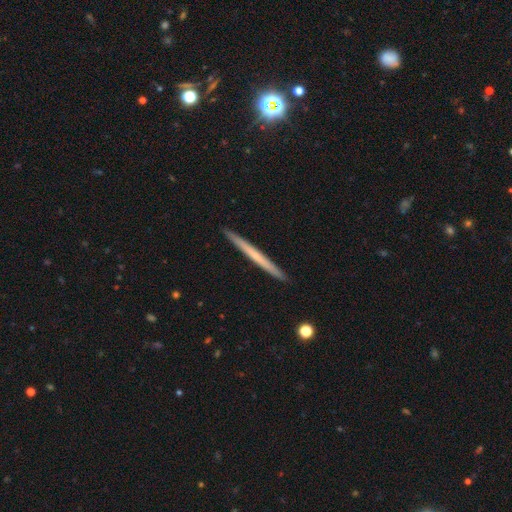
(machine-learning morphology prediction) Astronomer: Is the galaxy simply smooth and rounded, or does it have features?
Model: featured or disk — 49% (runner-up: smooth, 45%).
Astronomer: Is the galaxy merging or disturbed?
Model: none — 93%.